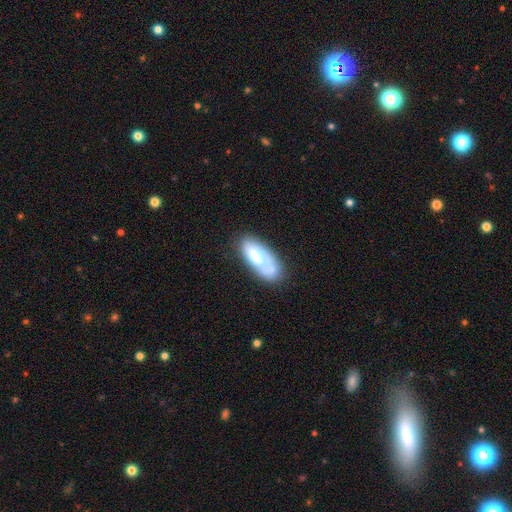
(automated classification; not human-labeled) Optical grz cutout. It shows a smooth galaxy with no disk features (60%) that is in between round and cigar-shaped (78%). Merging: none (49%).